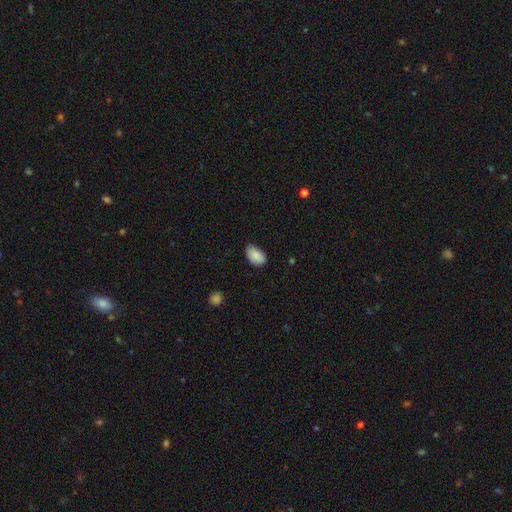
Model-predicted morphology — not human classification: type=smooth (87%); roundness=in between (89%); merging=none (59%).